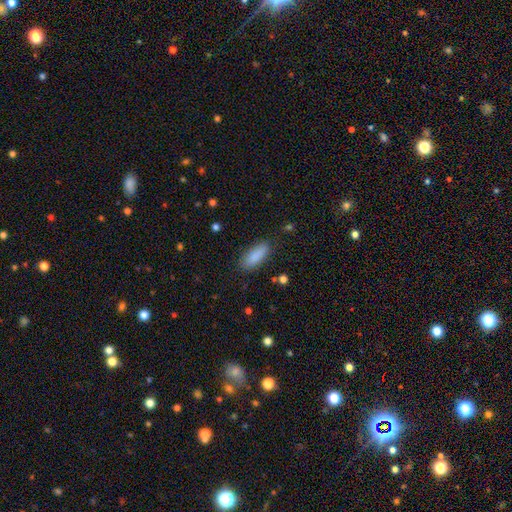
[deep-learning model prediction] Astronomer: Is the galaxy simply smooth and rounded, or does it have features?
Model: smooth — 88%.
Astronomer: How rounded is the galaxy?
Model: in between — 73%.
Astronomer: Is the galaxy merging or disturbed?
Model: none — 84%.